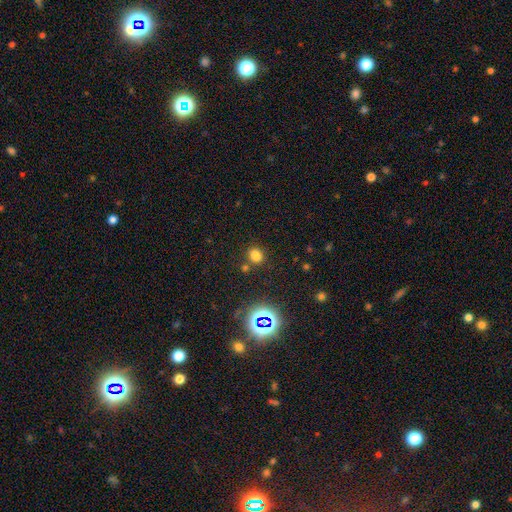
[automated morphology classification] smooth_or_featured: smooth (p=0.71) [alt: star or artifact p=0.23]
how_rounded: round (p=0.68) [alt: in between p=0.31]
merging: none (p=0.76) [alt: merger p=0.11]